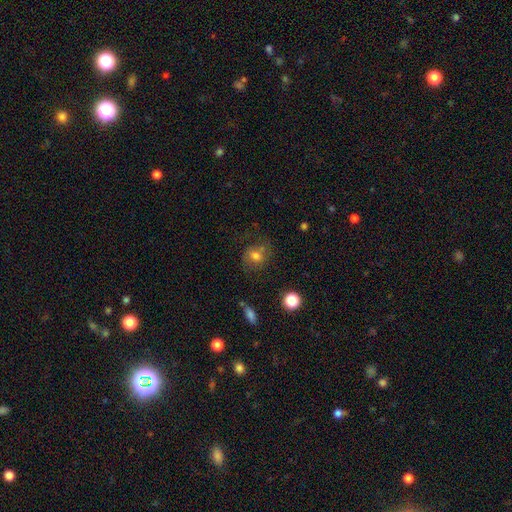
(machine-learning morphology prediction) A smooth galaxy with no disk features (67%) that is round (68%).

Vote fractions:
- Smooth or featured? smooth: 67% / featured or disk: 20% / star or artifact: 13%
- How rounded? round: 68% / in between: 30% / cigar-shaped: 1%
- Merging? none: 59% / minor disturbance: 20% / major disturbance: 12% / merger: 9%